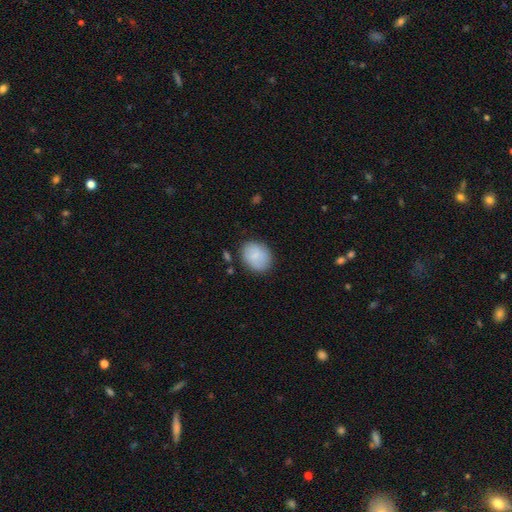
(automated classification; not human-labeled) Smooth or featured?
  - smooth: 85% *
  - featured or disk: 9%
  - star or artifact: 6%
How rounded?
  - in between: 54% *
  - round: 45%
  - cigar-shaped: 1%
Merging?
  - none: 79% *
  - minor disturbance: 14%
  - major disturbance: 4%
  - merger: 3%